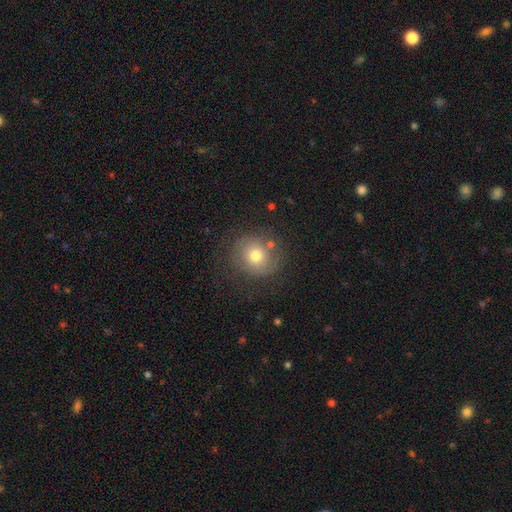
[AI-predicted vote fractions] smooth_or_featured: smooth (p=0.62) [alt: featured or disk p=0.26]
how_rounded: round (p=0.87) [alt: in between p=0.12]
merging: none (p=0.71) [alt: minor disturbance p=0.16]